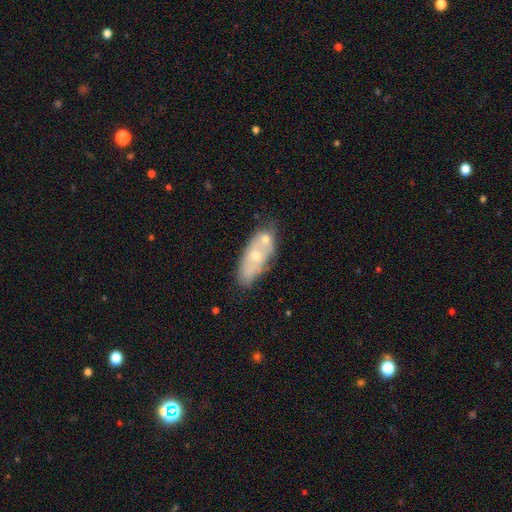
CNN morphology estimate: Overall: featured or disk (49%; smooth 42%). Merging: none (47%; merger 26%).